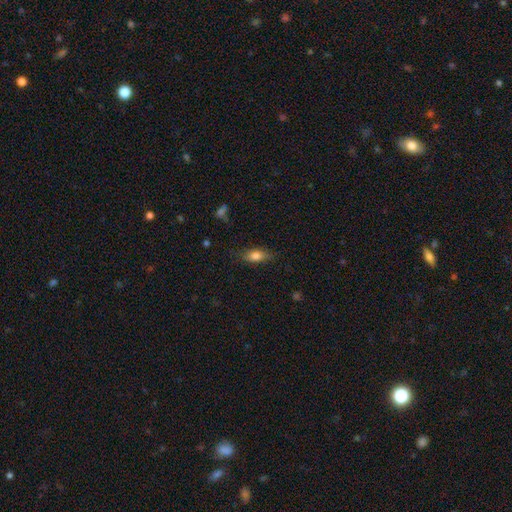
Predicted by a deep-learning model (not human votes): This appears to be a smooth galaxy with no disk features (77%) that is in between round and cigar-shaped (80%). Merging: none (77%).